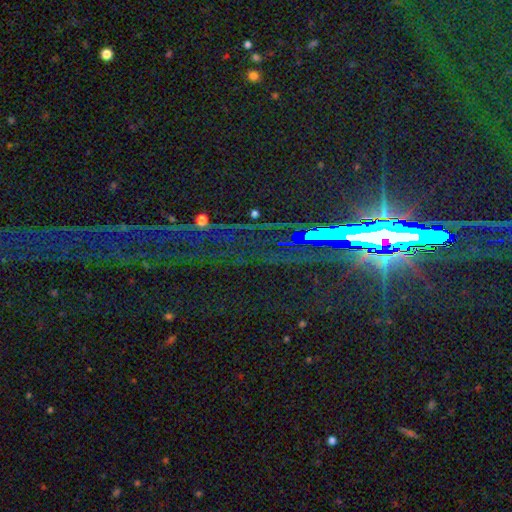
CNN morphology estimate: Smooth or featured? star or artifact (84%)